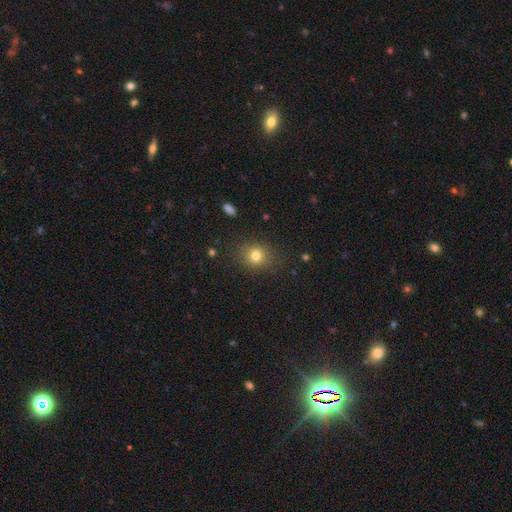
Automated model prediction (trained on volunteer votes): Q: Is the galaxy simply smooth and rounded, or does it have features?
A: smooth — 78%.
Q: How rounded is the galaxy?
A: round — 75%.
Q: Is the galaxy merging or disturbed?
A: none — 85%.